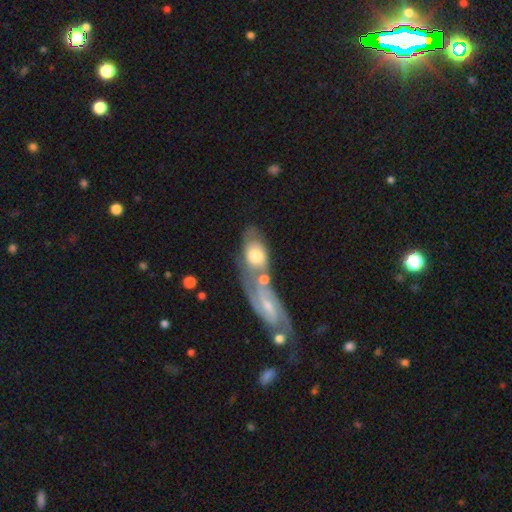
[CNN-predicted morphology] type=smooth (47%, tied with featured or disk); merging=merger (58%).